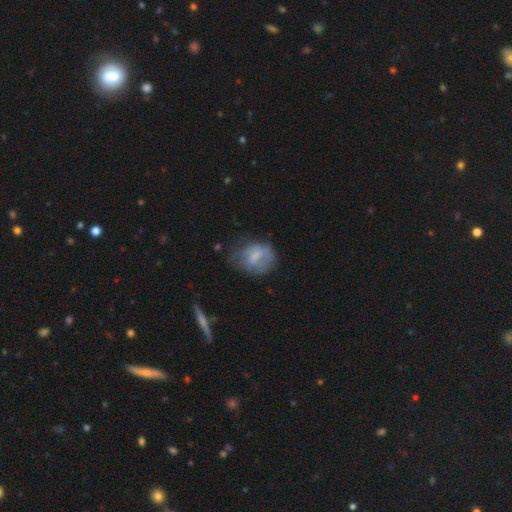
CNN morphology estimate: A smooth galaxy with no disk features (51%) that is round (49%, tied with in between).

Vote fractions:
- Smooth or featured? smooth: 51% / featured or disk: 41% / star or artifact: 9%
- How rounded? round: 49% (tied) / in between: 49% (tied) / cigar-shaped: 2%
- Merging? none: 45% / minor disturbance: 30% / major disturbance: 22% / merger: 2%